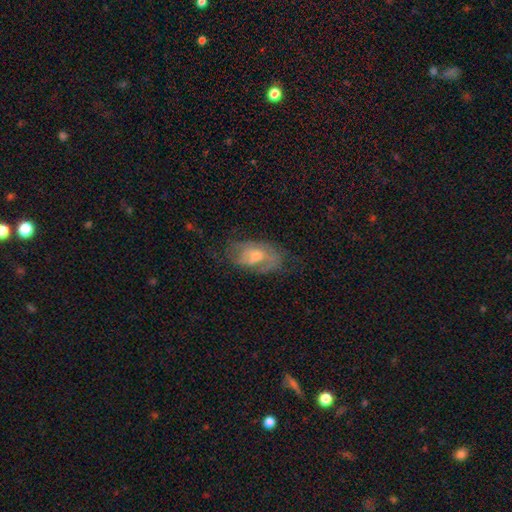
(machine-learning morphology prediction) A featured or disk galaxy (62%) with no bar (61%), spiral arms (70%) and a moderate central bulge (58%).

Vote fractions:
- Smooth or featured? featured or disk: 62% / smooth: 29% / star or artifact: 9%
- Edge-on disk? no: 93% / yes: 7%
- Bar? no: 61% / weak: 33% / strong: 6%
- Spiral arms? yes: 70% / no: 30%
- Bulge size? moderate: 58% / small: 33% / large: 4% / none: 3% / dominant: 1%
- Merging? none: 56% / minor disturbance: 27% / major disturbance: 15% / merger: 2%